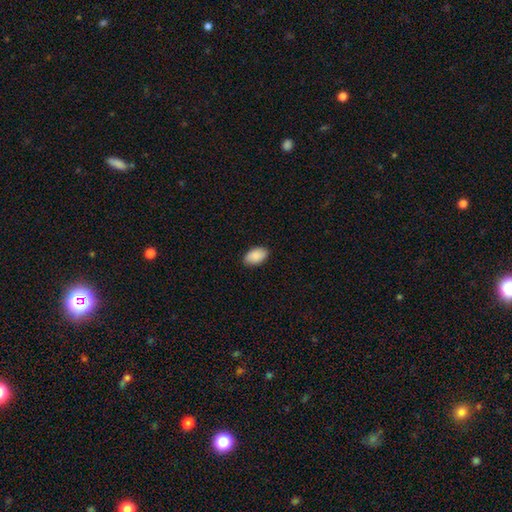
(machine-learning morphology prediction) A smooth galaxy with no disk features (89%) that is in between round and cigar-shaped (94%). Merging: none (86%).